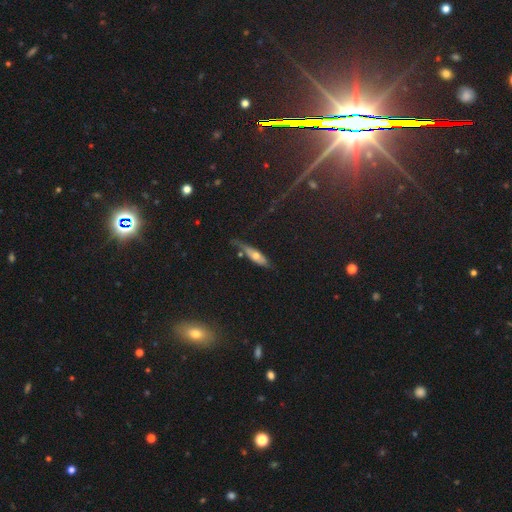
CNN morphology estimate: smooth 45% (tied), featured or disk 45% (tied), star or artifact 10%. Down the decision tree: merging — none (53%).